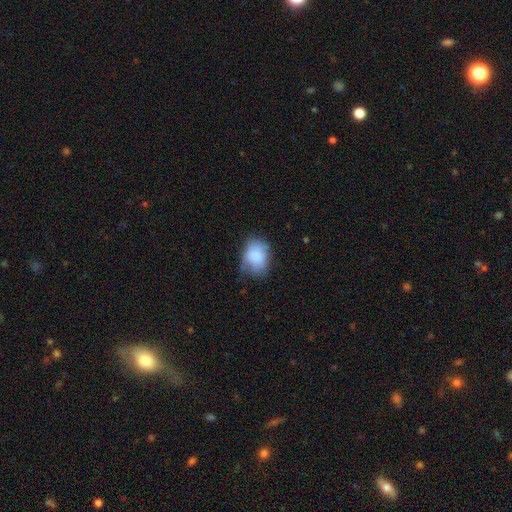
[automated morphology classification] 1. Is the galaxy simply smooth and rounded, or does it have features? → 82% smooth, 10% featured or disk, 8% star or artifact.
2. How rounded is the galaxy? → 66% in between, 33% round, 1% cigar-shaped.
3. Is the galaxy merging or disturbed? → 51% none, 34% minor disturbance, 12% major disturbance, 3% merger.